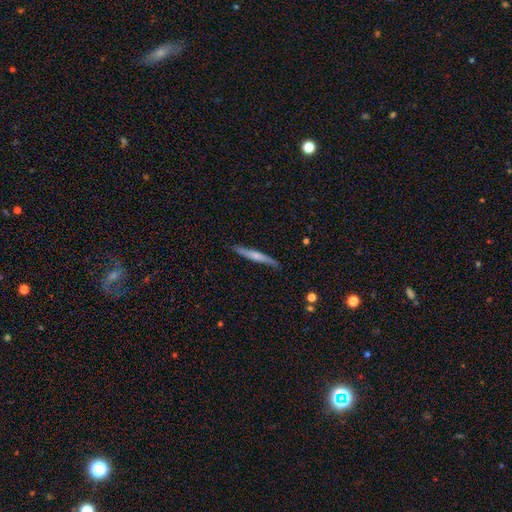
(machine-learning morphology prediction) smooth-or-featured: smooth: 51% | featured or disk: 44% | star or artifact: 6%
  how-rounded: cigar-shaped: 95% | in between: 3% | round: 1%
  merging: none: 85% | minor disturbance: 12% | major disturbance: 2% | merger: 1%